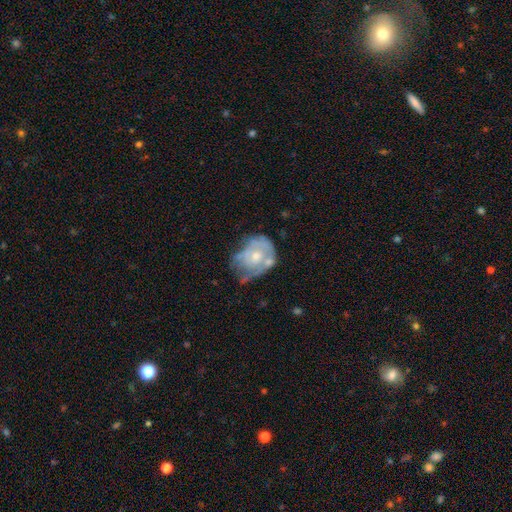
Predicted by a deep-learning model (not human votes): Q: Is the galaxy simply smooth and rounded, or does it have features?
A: featured or disk — 64%.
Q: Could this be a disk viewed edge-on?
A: no — 97%.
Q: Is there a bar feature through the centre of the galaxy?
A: no — 84%.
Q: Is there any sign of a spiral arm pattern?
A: no — 50%, tied with yes.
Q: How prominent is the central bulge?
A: small — 51%.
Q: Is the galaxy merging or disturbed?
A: minor disturbance — 32%.